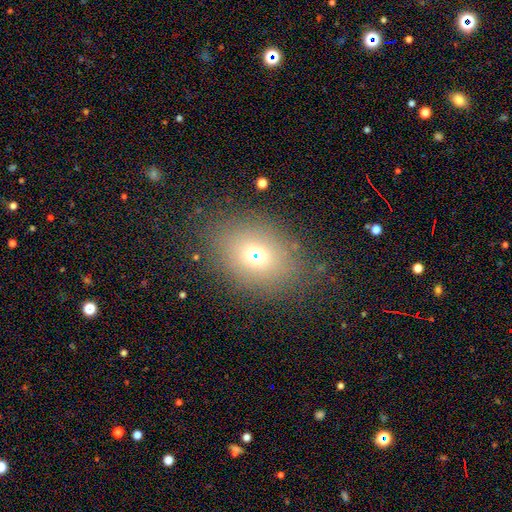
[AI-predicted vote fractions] This is likely a smooth galaxy (63%). How rounded: possibly in between (57%). Merging: likely none (78%).